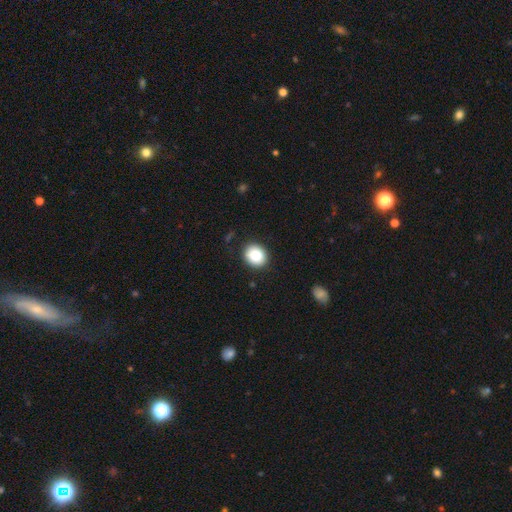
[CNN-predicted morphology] This appears to be a smooth galaxy with no disk features (85%) that is round (69%). Merging: none (89%).